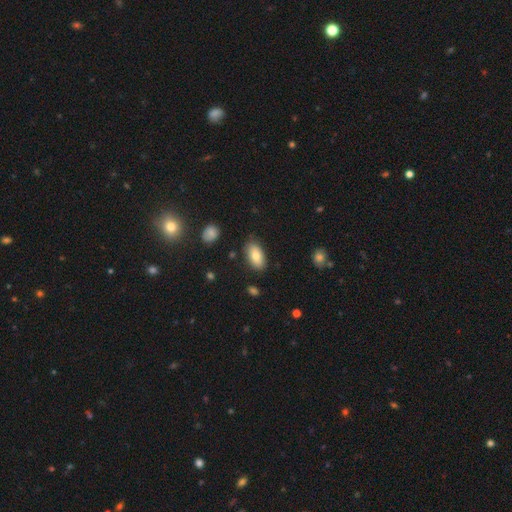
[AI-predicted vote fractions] Smooth or featured?
  - smooth: 79% *
  - featured or disk: 14%
  - star or artifact: 7%
How rounded?
  - in between: 93% *
  - round: 4%
  - cigar-shaped: 3%
Merging?
  - none: 82% *
  - minor disturbance: 13%
  - major disturbance: 3%
  - merger: 2%